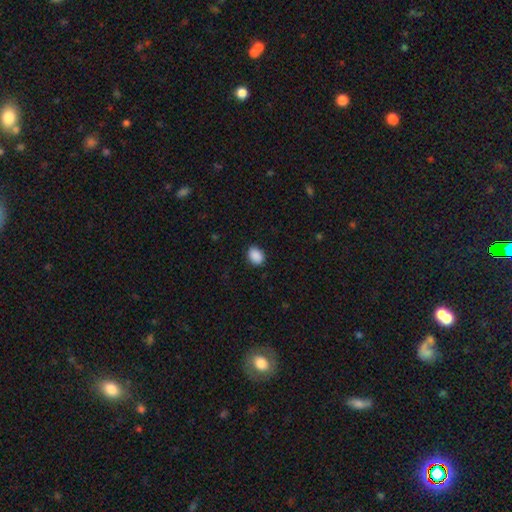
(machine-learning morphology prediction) smooth_or_featured: smooth (p=0.90) [alt: star or artifact p=0.08]
how_rounded: in between (p=0.68) [alt: round p=0.31]
merging: none (p=0.88) [alt: minor disturbance p=0.09]